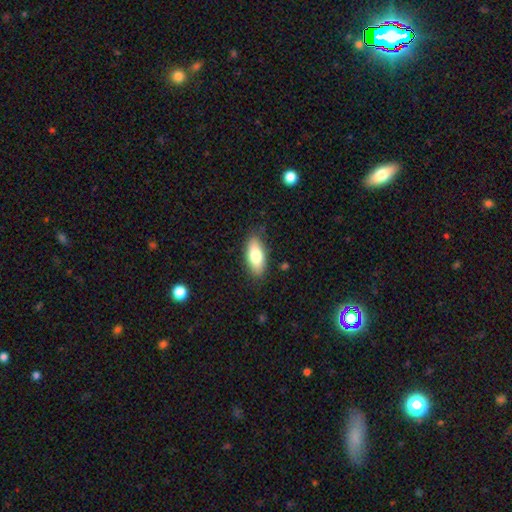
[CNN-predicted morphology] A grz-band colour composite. It shows a smooth galaxy with no disk features (78%) that is in between round and cigar-shaped (86%). Merging: none (83%).